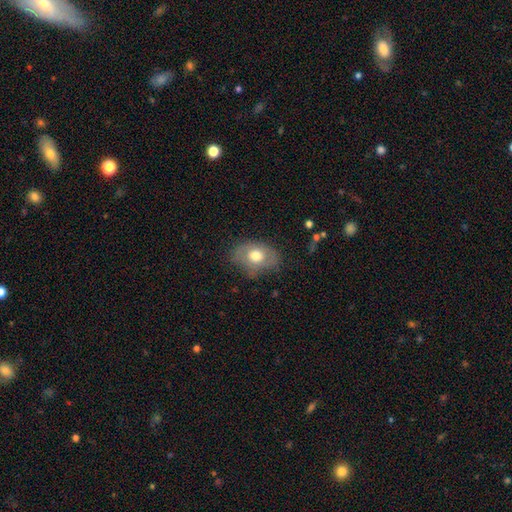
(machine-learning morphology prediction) type=smooth (63%); roundness=in between (78%); merging=none (59%).